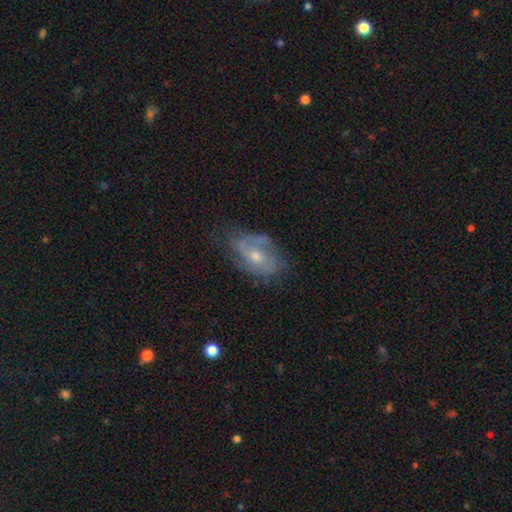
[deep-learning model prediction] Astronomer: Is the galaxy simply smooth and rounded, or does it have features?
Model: featured or disk — 72%.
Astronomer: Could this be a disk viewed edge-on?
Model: no — 95%.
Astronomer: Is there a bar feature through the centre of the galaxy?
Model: no — 64%.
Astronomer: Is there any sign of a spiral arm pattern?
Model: yes — 83%.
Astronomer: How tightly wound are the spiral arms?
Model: medium — 44% (runner-up: tight, 30%).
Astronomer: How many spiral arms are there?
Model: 2 — 53%.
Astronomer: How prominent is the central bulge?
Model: moderate — 56% (runner-up: small, 39%).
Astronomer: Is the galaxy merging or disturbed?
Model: none — 61%.